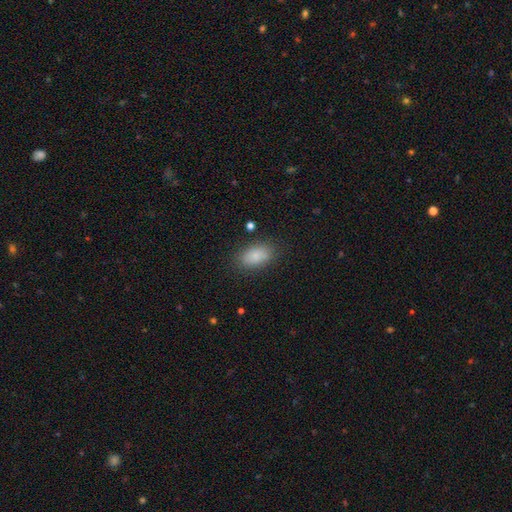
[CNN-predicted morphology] Q: Smooth or featured?
A: smooth (84%); runner-up: star or artifact (8%)
Q: How rounded?
A: in between (91%); runner-up: round (6%)
Q: Merging?
A: none (82%); runner-up: minor disturbance (12%)